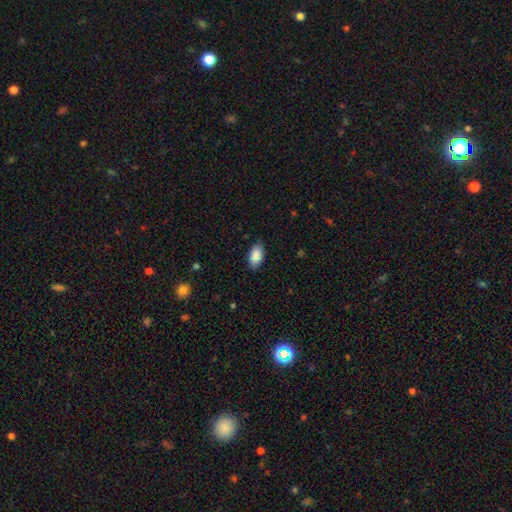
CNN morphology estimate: Overall: smooth (90%). How rounded: in between (94%). Merging: none (85%).